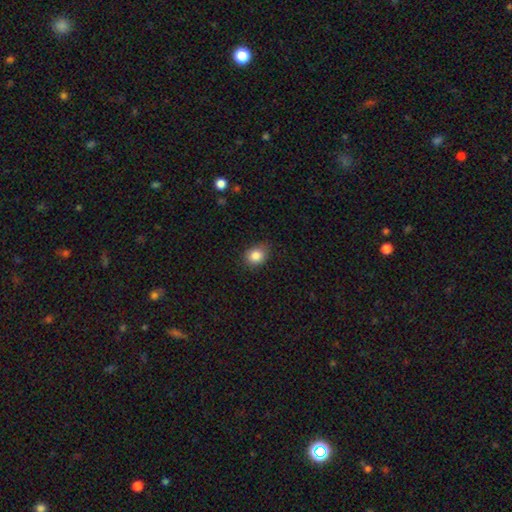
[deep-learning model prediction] A smooth galaxy with no disk features (85%) that is round (54%).

Vote fractions:
- Smooth or featured? smooth: 85% / star or artifact: 9% / featured or disk: 5%
- How rounded? round: 54% / in between: 45% / cigar-shaped: 1%
- Merging? none: 75% / minor disturbance: 20% / major disturbance: 4% / merger: 1%